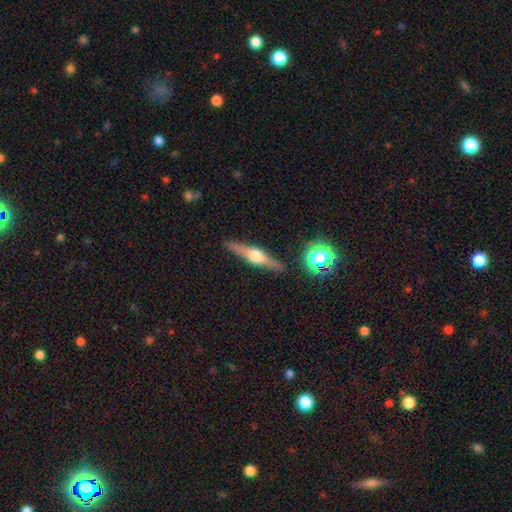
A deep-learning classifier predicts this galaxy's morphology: The model was most divided on "smooth or featured": featured or disk: 72%, smooth: 21%, star or artifact: 7%. More confident: edge-on disk — yes (97%); edge-on bulge — rounded (93%); merging — none (89%).